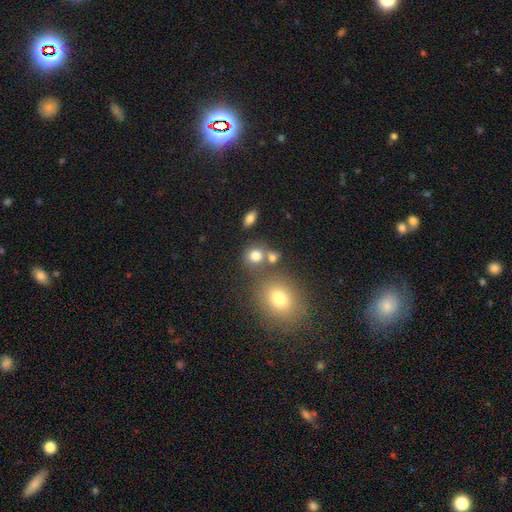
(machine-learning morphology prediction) Q: Smooth or featured?
A: smooth (77%); runner-up: star or artifact (14%)
Q: How rounded?
A: round (74%); runner-up: in between (24%)
Q: Merging?
A: none (59%); runner-up: merger (24%)